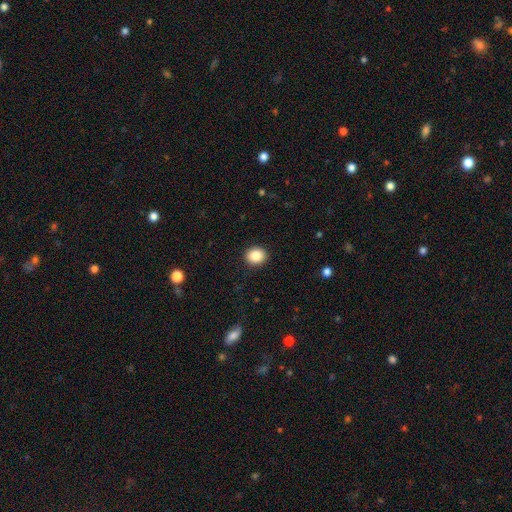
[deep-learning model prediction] Smooth or featured: smooth — 87% (star or artifact — 9%)
How rounded: round — 69% (in between — 30%)
Merging: none — 91% (minor disturbance — 6%)